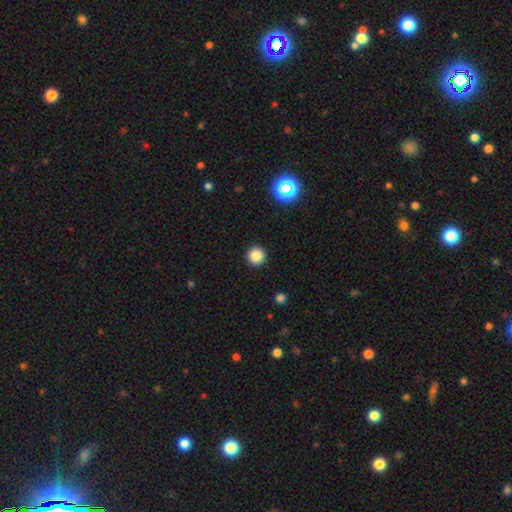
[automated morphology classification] Smooth or featured? Predicted: smooth (p=0.84). How rounded? Predicted: round (p=0.96). Merging? Predicted: none (p=0.93).